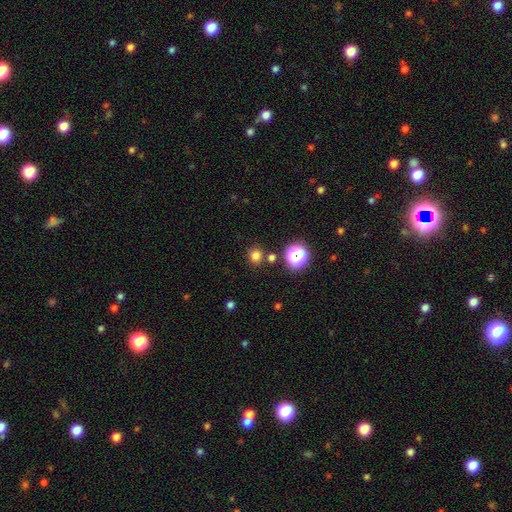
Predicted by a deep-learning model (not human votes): Smooth or featured? Predicted: smooth (p=0.76). How rounded? Predicted: round (p=0.88). Merging? Predicted: none (p=0.81).